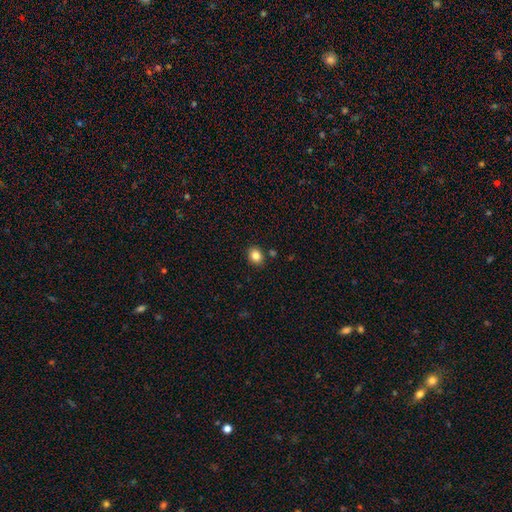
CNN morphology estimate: smooth_or_featured: smooth (p=0.84) [alt: star or artifact p=0.10]
how_rounded: round (p=0.59) [alt: in between p=0.41]
merging: none (p=0.86) [alt: minor disturbance p=0.08]